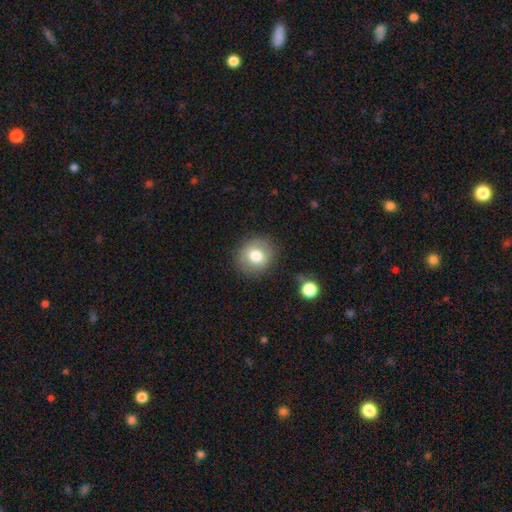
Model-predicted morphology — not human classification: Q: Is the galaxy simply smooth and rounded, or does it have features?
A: smooth — 76%.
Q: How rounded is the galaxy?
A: round — 85%.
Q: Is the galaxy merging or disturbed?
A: none — 84%.